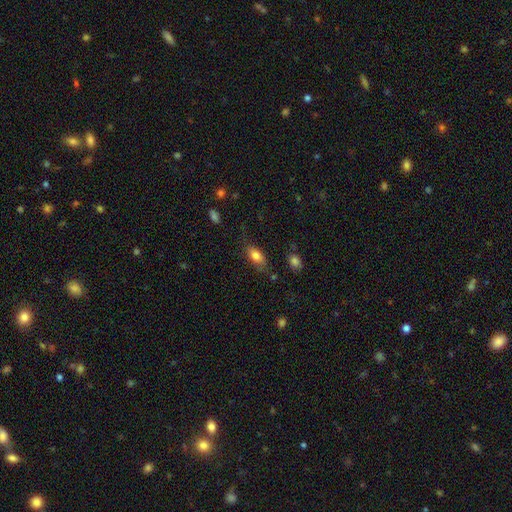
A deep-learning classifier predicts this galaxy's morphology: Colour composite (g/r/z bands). It shows a smooth galaxy with no disk features (80%) that is in between round and cigar-shaped (85%). Merging: none (70%).